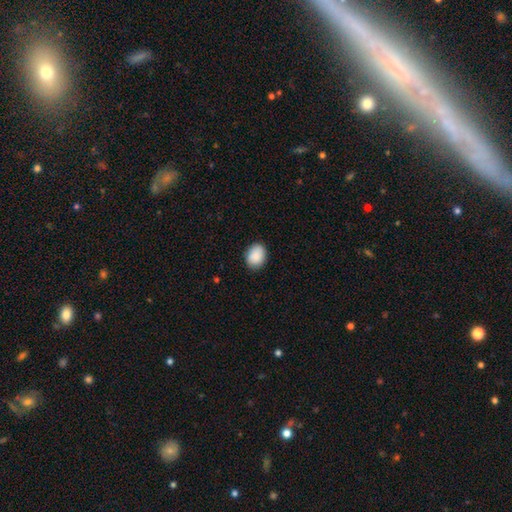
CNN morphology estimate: Smooth or featured? smooth (90%)
How rounded? in between (64%)
Merging? none (86%)